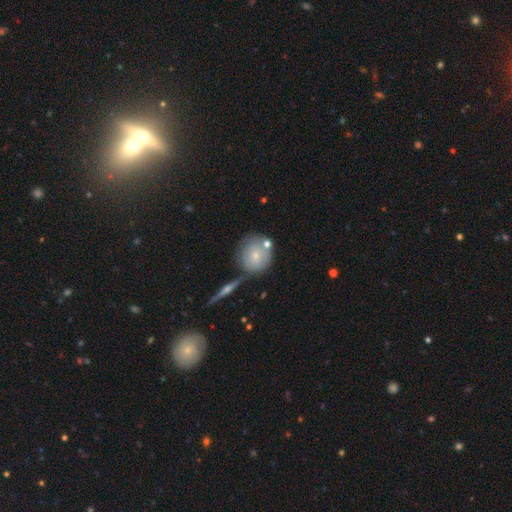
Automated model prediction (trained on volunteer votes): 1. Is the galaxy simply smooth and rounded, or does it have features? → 64% smooth, 28% featured or disk, 9% star or artifact.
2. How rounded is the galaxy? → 87% round, 11% in between, 1% cigar-shaped.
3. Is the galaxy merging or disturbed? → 60% none, 19% merger, 16% minor disturbance, 5% major disturbance.